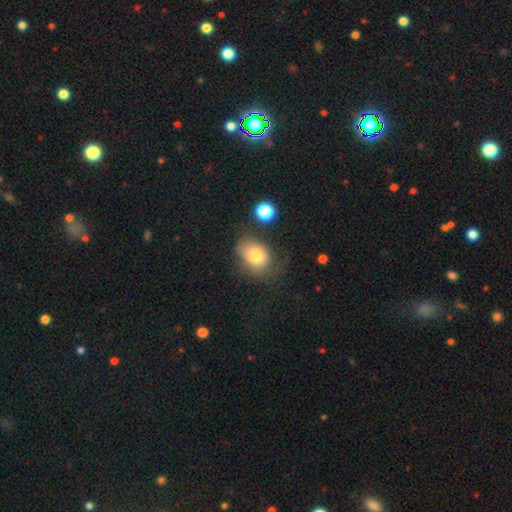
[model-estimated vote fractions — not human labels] Q: Smooth or featured?
A: smooth (74%); runner-up: featured or disk (15%)
Q: How rounded?
A: in between (58%); runner-up: round (41%)
Q: Merging?
A: none (48%); runner-up: minor disturbance (28%)